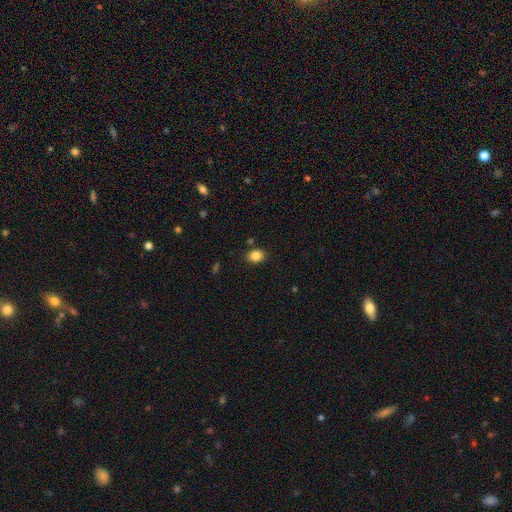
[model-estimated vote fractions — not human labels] Smooth or featured: smooth — 85% (star or artifact — 10%)
How rounded: round — 51% (in between — 48%)
Merging: none — 86% (minor disturbance — 9%)